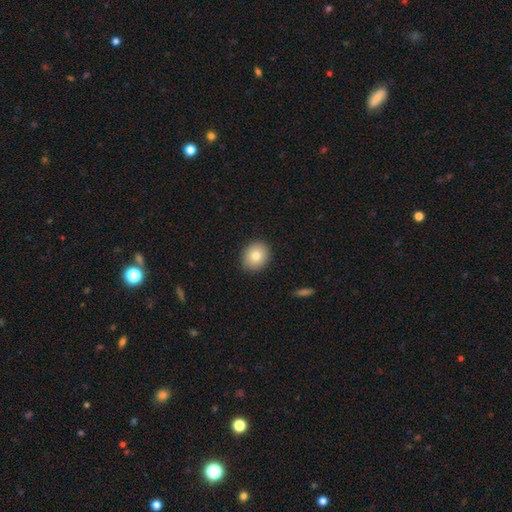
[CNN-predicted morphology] smooth_or_featured: smooth (p=0.80) [alt: featured or disk p=0.11]
how_rounded: round (p=0.69) [alt: in between p=0.30]
merging: none (p=0.89) [alt: minor disturbance p=0.08]